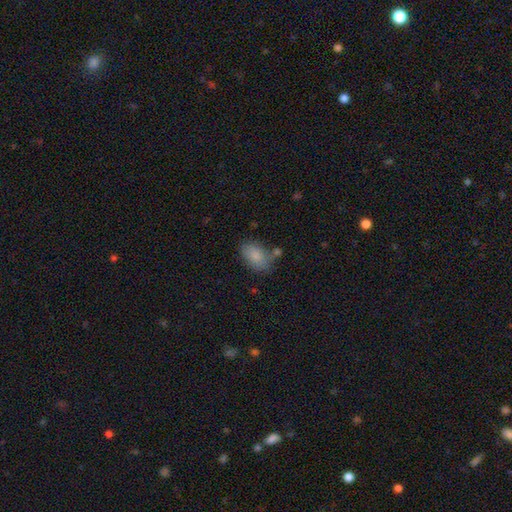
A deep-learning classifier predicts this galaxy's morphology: smooth 85%, featured or disk 8%, star or artifact 8%. Down the decision tree: how rounded — in between (90%); merging — none (63%).